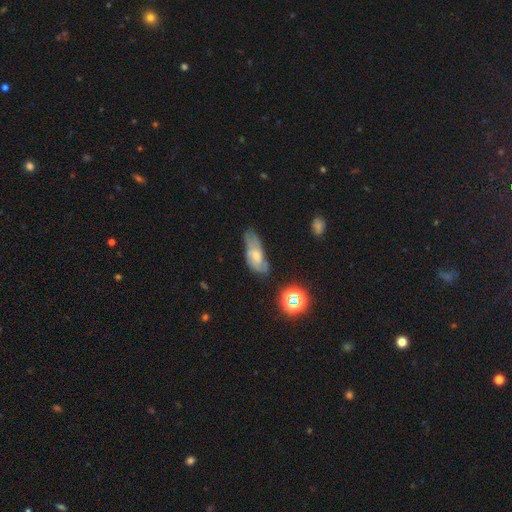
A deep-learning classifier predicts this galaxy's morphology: Smooth or featured: featured or disk — 47% (smooth — 42%)
Merging: none — 38% (minor disturbance — 35%)